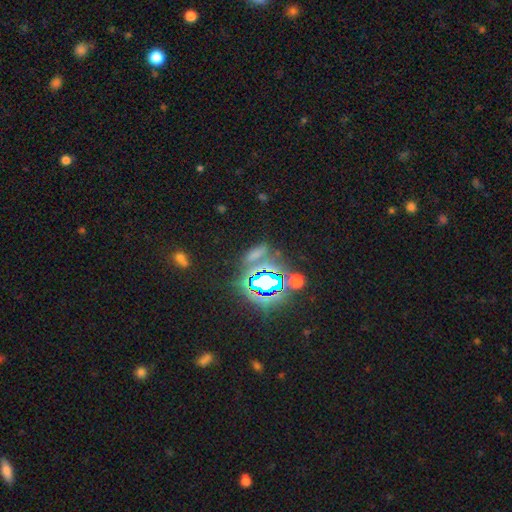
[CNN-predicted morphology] The model was most divided on "smooth or featured": star or artifact: 53%, smooth: 35%, featured or disk: 12%.